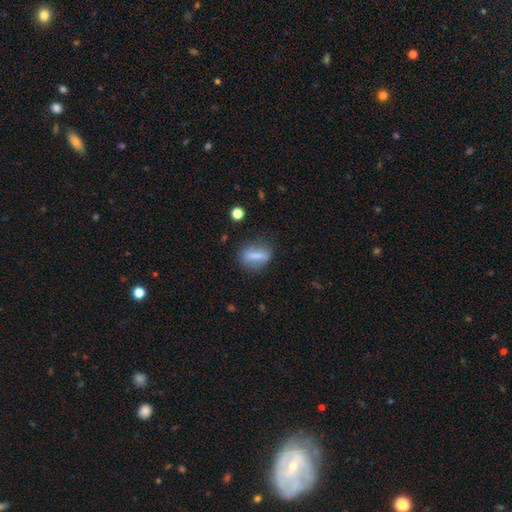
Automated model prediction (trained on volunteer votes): smooth-or-featured: smooth: 65% | featured or disk: 25% | star or artifact: 9%
  how-rounded: in between: 60% | cigar-shaped: 23% | round: 17%
  merging: none: 75% | minor disturbance: 16% | major disturbance: 6% | merger: 3%